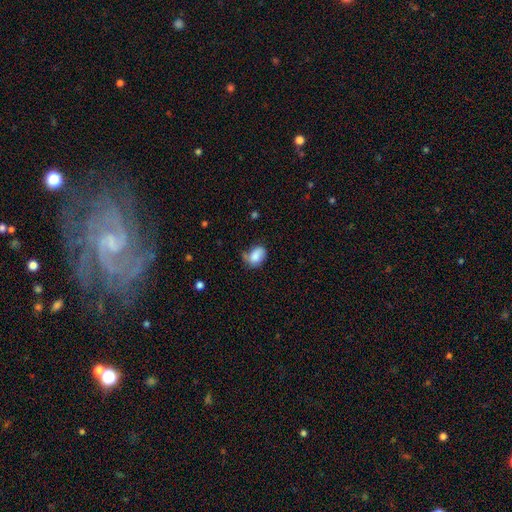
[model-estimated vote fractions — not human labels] Smooth or featured: smooth — 78% (featured or disk — 14%)
How rounded: in between — 75% (round — 23%)
Merging: none — 49% (minor disturbance — 34%)